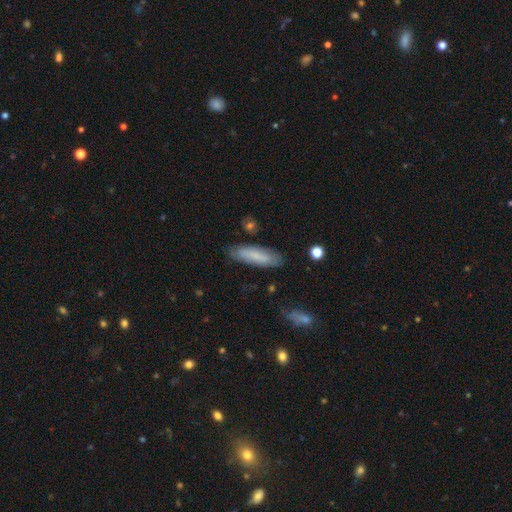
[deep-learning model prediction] smooth 71%, featured or disk 22%, star or artifact 7%. Down the decision tree: how rounded — cigar-shaped (59%); merging — none (81%).